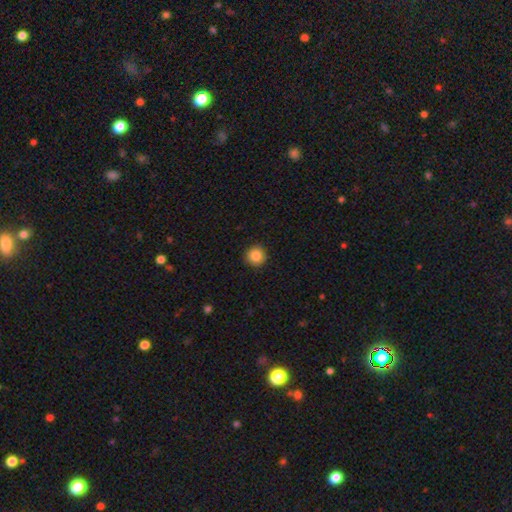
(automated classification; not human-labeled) smooth_or_featured: smooth (p=0.86) [alt: star or artifact p=0.10]
how_rounded: round (p=0.95) [alt: in between p=0.04]
merging: none (p=0.92) [alt: minor disturbance p=0.06]